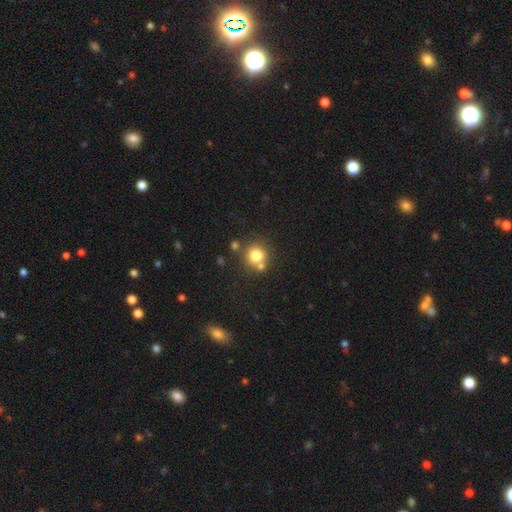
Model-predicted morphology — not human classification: smooth-or-featured: smooth: 77% | star or artifact: 12% | featured or disk: 10%
  how-rounded: round: 90% | in between: 9% | cigar-shaped: 1%
  merging: none: 63% | merger: 23% | minor disturbance: 10% | major disturbance: 4%